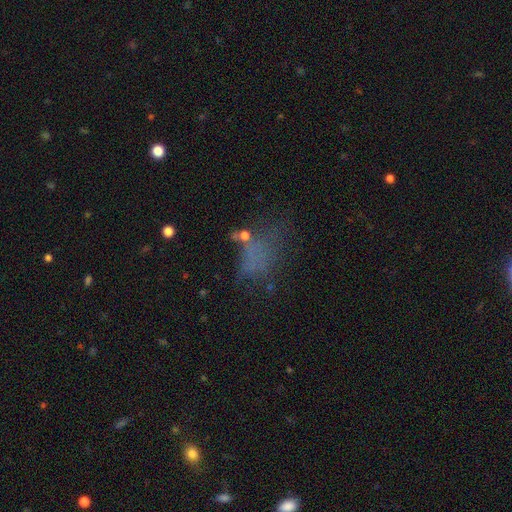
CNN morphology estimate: A smooth galaxy with no disk features (46%).

Vote fractions:
- Smooth or featured? smooth: 46% / star or artifact: 30% / featured or disk: 24%
- Merging? none: 41% / major disturbance: 32% / minor disturbance: 20% / merger: 7%